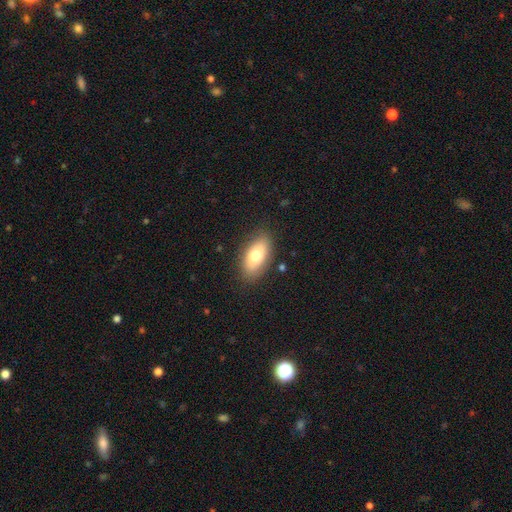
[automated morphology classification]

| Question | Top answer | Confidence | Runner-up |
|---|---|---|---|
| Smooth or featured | smooth | 70% | featured or disk (23%) |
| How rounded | in between | 91% | cigar-shaped (5%) |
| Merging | none | 84% | minor disturbance (11%) |